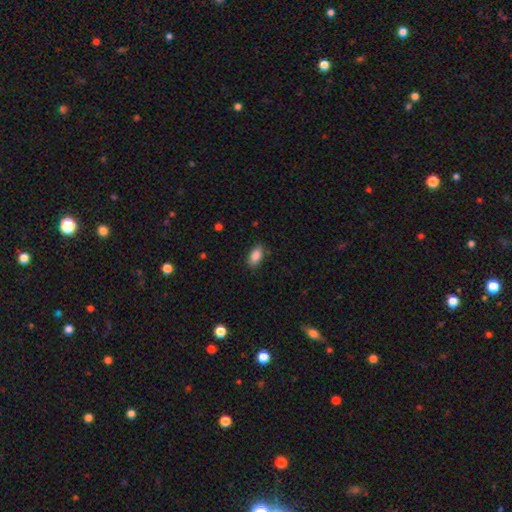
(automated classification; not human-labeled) Smooth or featured? Predicted: smooth (p=0.88). How rounded? Predicted: in between (p=0.91). Merging? Predicted: none (p=0.86).